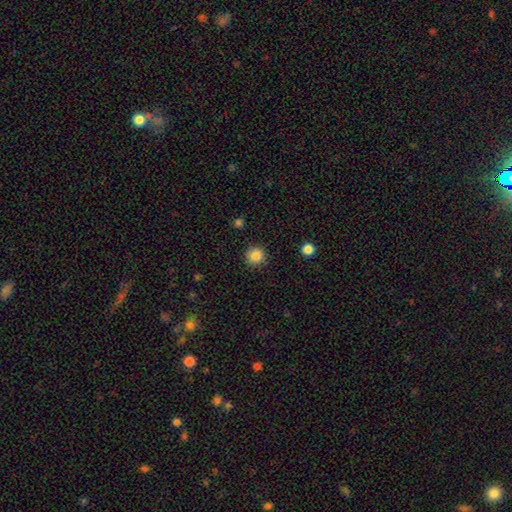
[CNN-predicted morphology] Smooth or featured? Predicted: smooth (p=0.85). How rounded? Predicted: round (p=0.94). Merging? Predicted: none (p=0.90).